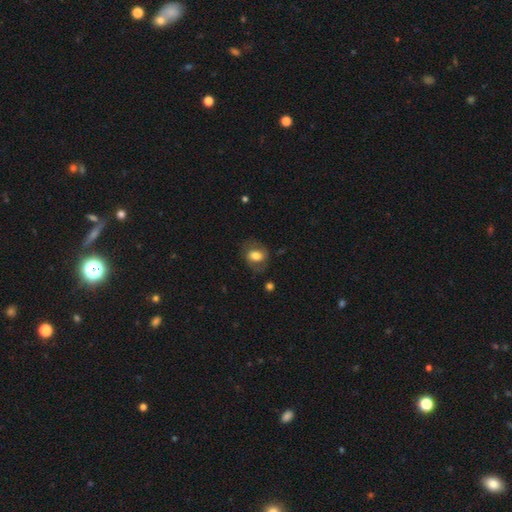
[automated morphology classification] Smooth or featured? smooth (66%)
How rounded? in between (65%)
Merging? none (66%)